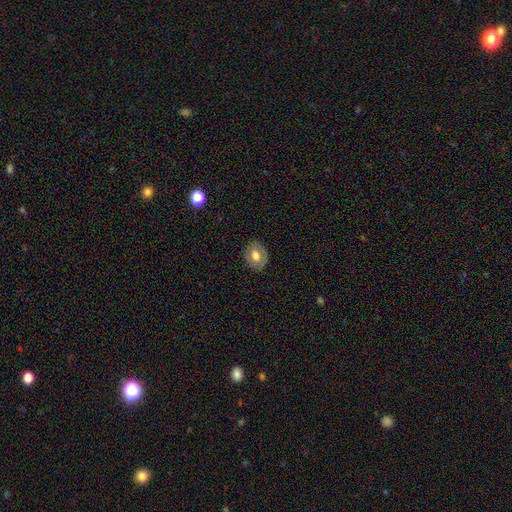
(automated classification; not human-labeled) Smooth or featured? Predicted: smooth (p=0.69). How rounded? Predicted: round (p=0.52). Merging? Predicted: none (p=0.83).